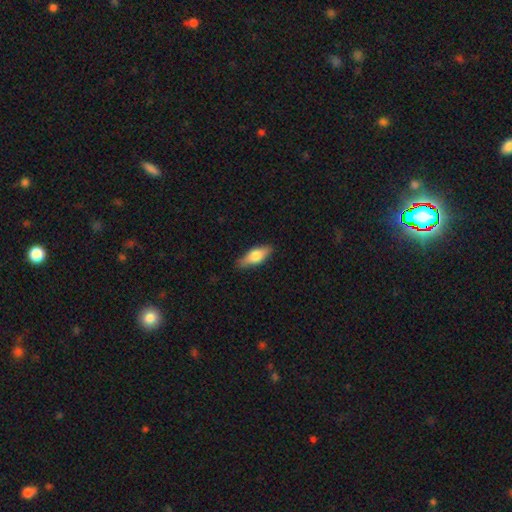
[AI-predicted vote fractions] Smooth or featured?
  - smooth: 66% *
  - featured or disk: 27%
  - star or artifact: 6%
How rounded?
  - in between: 71% *
  - cigar-shaped: 26%
  - round: 3%
Merging?
  - none: 83% *
  - minor disturbance: 14%
  - major disturbance: 2%
  - merger: 1%